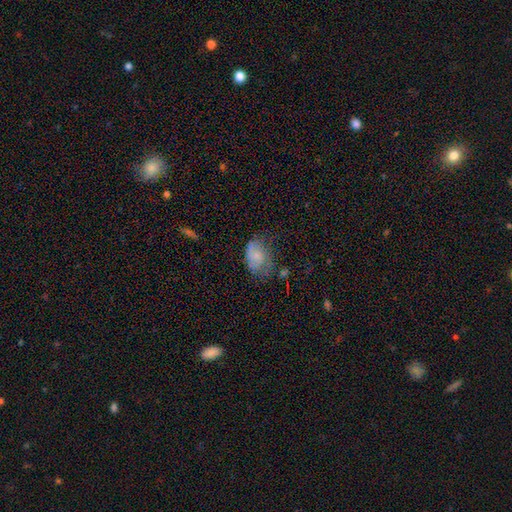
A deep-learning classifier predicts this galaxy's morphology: smooth-or-featured: smooth: 55% | featured or disk: 35% | star or artifact: 10%
  how-rounded: in between: 82% | round: 17% | cigar-shaped: 2%
  merging: none: 43% | minor disturbance: 32% | major disturbance: 21% | merger: 4%